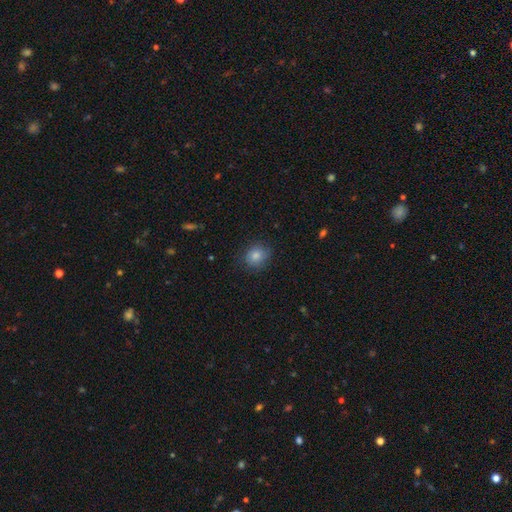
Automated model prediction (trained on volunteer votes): A smooth galaxy with no disk features (81%) that is round (69%).

Vote fractions:
- Smooth or featured? smooth: 81% / featured or disk: 10% / star or artifact: 9%
- How rounded? round: 69% / in between: 30% / cigar-shaped: 1%
- Merging? none: 77% / minor disturbance: 18% / major disturbance: 4% / merger: 1%